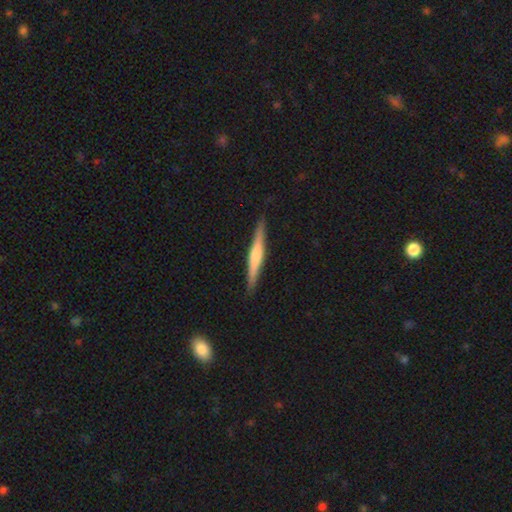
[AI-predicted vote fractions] featured or disk 54%, smooth 40%, star or artifact 5%. Down the decision tree: edge-on disk — yes (97%); edge-on bulge — rounded (48%); merging — none (89%).